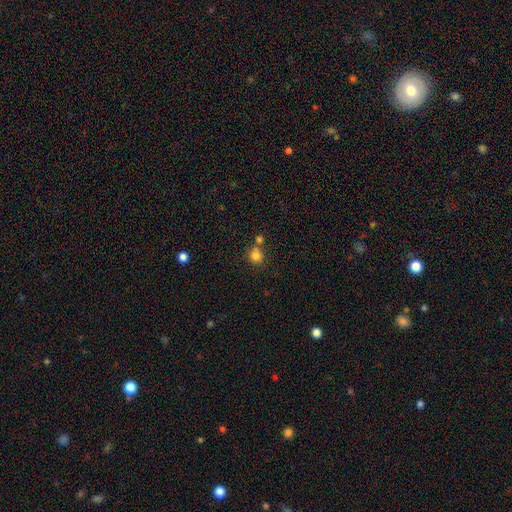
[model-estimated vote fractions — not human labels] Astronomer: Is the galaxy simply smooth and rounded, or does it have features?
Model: smooth — 81%.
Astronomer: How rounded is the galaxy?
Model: round — 79%.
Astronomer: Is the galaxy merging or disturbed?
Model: none — 56%.